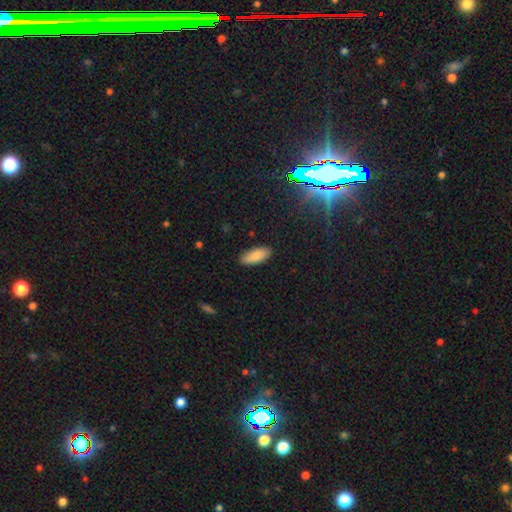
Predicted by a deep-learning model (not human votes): smooth_or_featured: smooth (p=0.86) [alt: featured or disk p=0.08]
how_rounded: in between (p=0.81) [alt: cigar-shaped p=0.17]
merging: none (p=0.88) [alt: minor disturbance p=0.09]